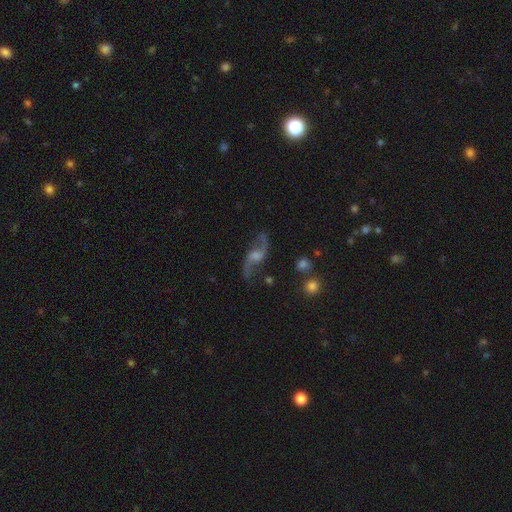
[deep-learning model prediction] Overall: featured or disk (87%). Edge-on disk: no (94%). Bar: no (50%; weak 41%). Spiral arms: yes (96%). Spiral arm count: 2 (94%). Spiral winding: loose (84%). Bulge size: moderate (45%; small 31%). Merging: none (78%).